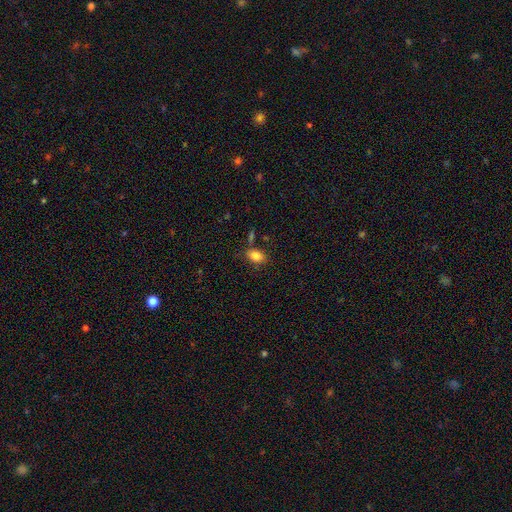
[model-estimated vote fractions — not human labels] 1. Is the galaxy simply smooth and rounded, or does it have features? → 84% smooth, 9% star or artifact, 8% featured or disk.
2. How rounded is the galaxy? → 85% in between, 13% round, 2% cigar-shaped.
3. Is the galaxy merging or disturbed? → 73% none, 15% minor disturbance, 8% merger, 4% major disturbance.